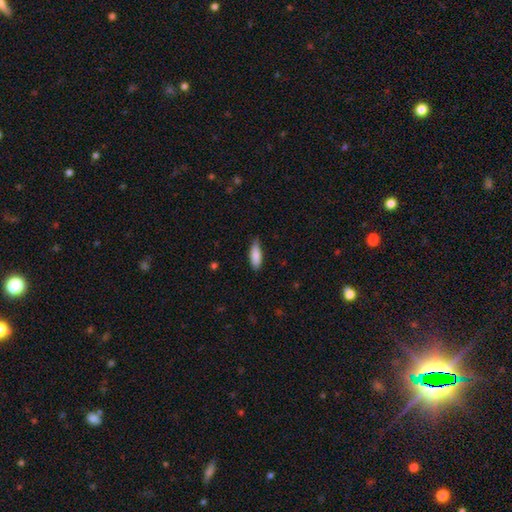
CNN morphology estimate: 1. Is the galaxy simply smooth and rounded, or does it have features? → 84% smooth, 10% featured or disk, 6% star or artifact.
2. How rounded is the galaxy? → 63% in between, 35% cigar-shaped, 2% round.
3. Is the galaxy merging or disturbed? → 74% none, 22% minor disturbance, 3% major disturbance, 1% merger.